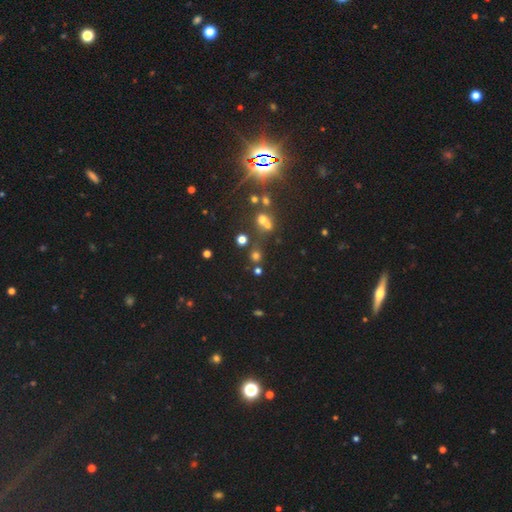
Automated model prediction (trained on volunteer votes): smooth_or_featured: star or artifact (p=0.45) [tied with: smooth p=0.45]